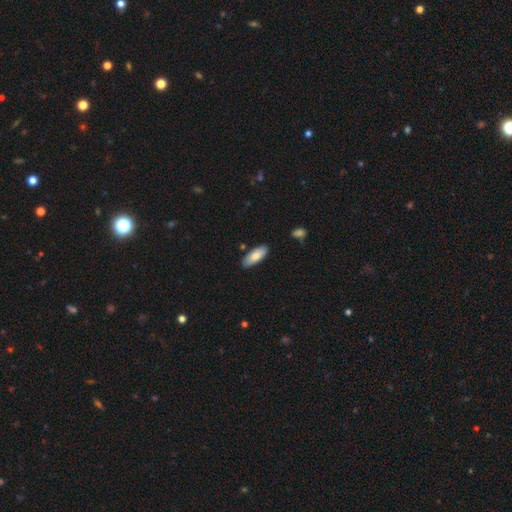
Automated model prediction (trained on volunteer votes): Morphology: type=smooth (81%); roundness=in between (78%); merging=none (86%).